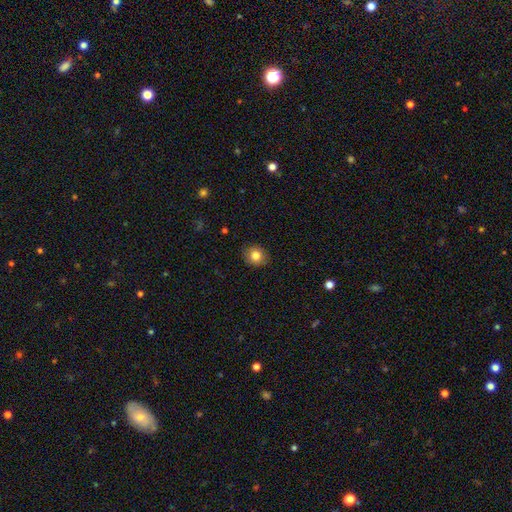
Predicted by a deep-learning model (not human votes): Morphology: type=smooth (82%); roundness=round (74%); merging=none (86%).